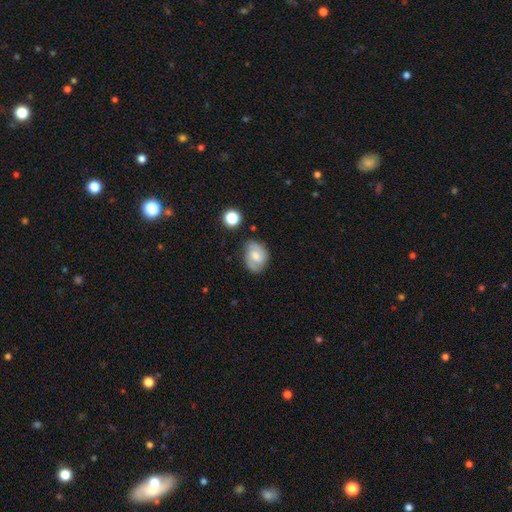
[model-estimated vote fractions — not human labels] A featured or disk galaxy (52%). Merging: none (72%).